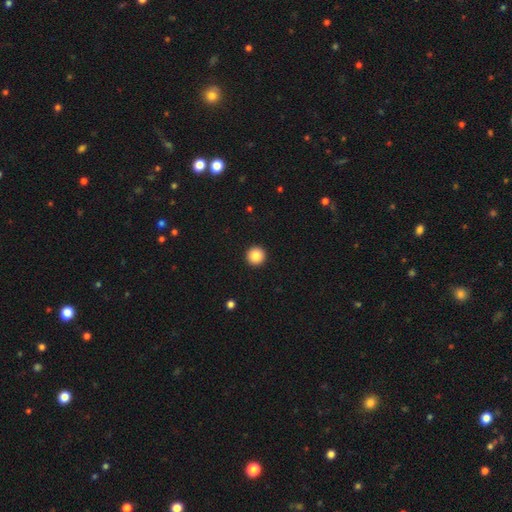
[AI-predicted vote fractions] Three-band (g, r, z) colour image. It shows a smooth galaxy with no disk features (86%) that is round (97%). Merging: none (94%).